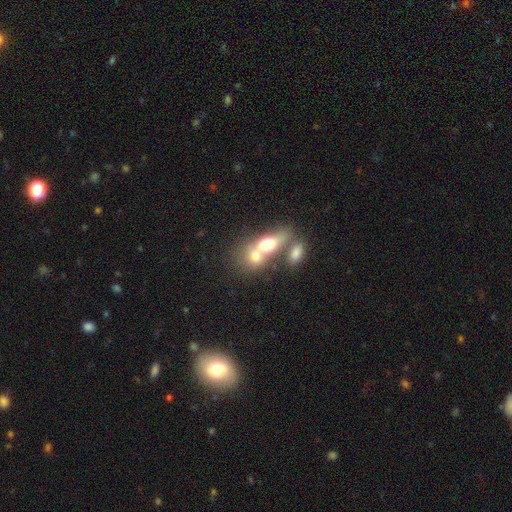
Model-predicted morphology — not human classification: Smooth or featured? smooth (66%)
How rounded? in between (60%)
Merging? merger (69%)